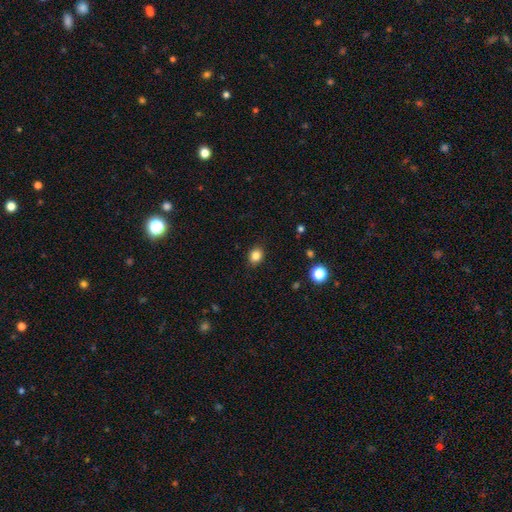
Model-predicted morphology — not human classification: Smooth or featured?
  - smooth: 84% *
  - star or artifact: 11%
  - featured or disk: 5%
How rounded?
  - round: 61% *
  - in between: 38%
  - cigar-shaped: 1%
Merging?
  - none: 89% *
  - minor disturbance: 8%
  - major disturbance: 2%
  - merger: 1%